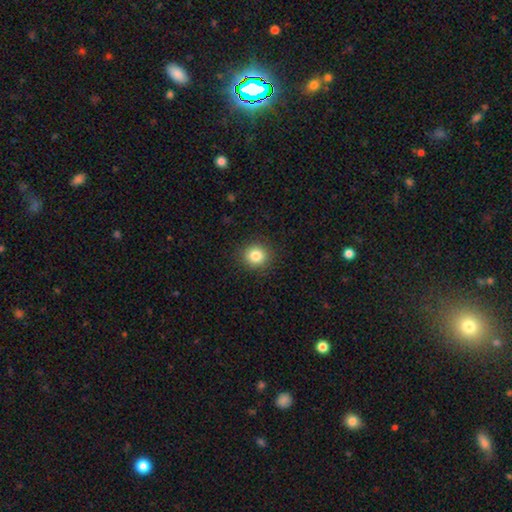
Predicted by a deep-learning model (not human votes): smooth 83%, star or artifact 11%, featured or disk 6%. Down the decision tree: how rounded — round (90%); merging — none (91%).